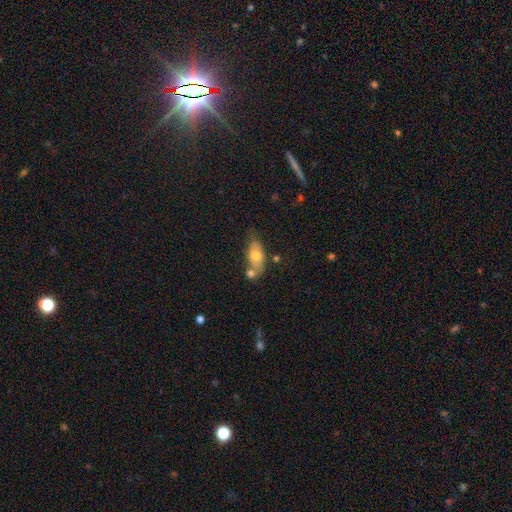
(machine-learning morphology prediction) smooth 65%, featured or disk 28%, star or artifact 7%. Down the decision tree: how rounded — in between (85%); merging — none (47%).